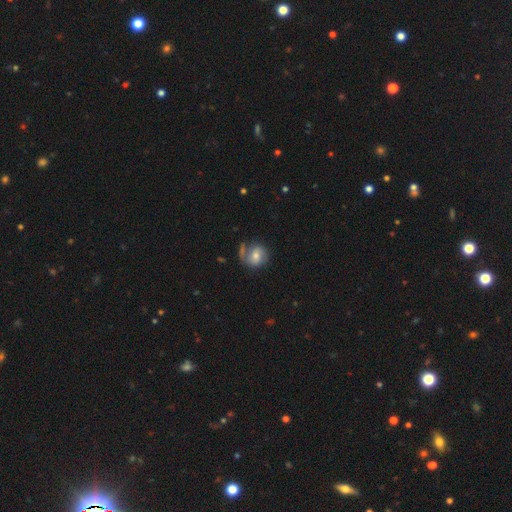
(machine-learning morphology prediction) The model was most divided on "smooth or featured" (2-way tie): featured or disk: 46%, smooth: 46%, star or artifact: 8%. More confident: merging — none (51%).